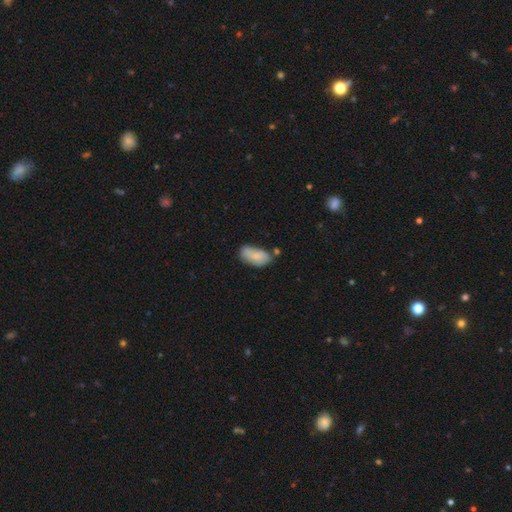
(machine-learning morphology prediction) Q: Smooth or featured?
A: smooth (78%); runner-up: featured or disk (15%)
Q: How rounded?
A: in between (93%); runner-up: cigar-shaped (4%)
Q: Merging?
A: none (48%); runner-up: minor disturbance (32%)